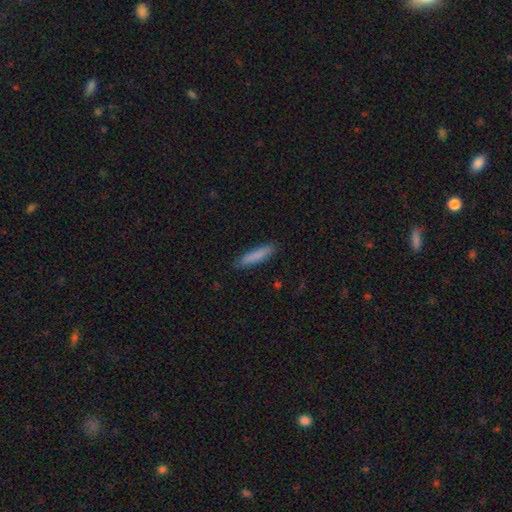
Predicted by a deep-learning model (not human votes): smooth_or_featured: smooth (p=0.85) [alt: featured or disk p=0.09]
how_rounded: cigar-shaped (p=0.86) [alt: in between p=0.13]
merging: none (p=0.88) [alt: minor disturbance p=0.09]